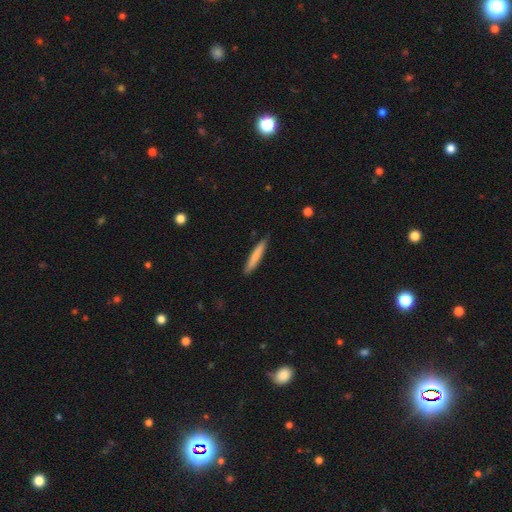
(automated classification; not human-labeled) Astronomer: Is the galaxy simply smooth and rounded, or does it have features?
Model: smooth — 78%.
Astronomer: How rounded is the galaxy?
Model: cigar-shaped — 94%.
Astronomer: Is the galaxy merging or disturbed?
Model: none — 87%.